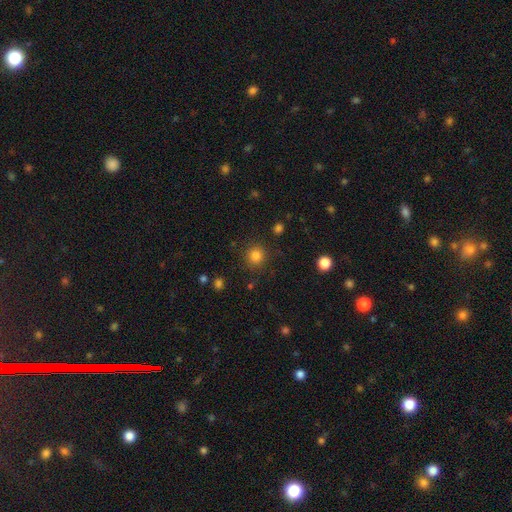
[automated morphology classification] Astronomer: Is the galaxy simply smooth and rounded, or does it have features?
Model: smooth — 83%.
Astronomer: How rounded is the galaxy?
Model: round — 92%.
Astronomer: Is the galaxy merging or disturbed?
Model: none — 88%.